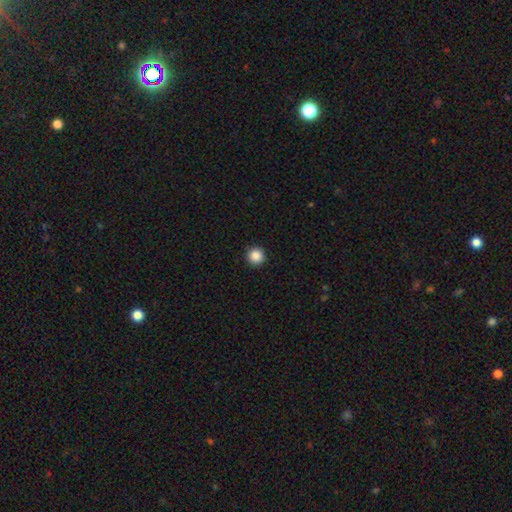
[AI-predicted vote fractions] Smooth or featured? Predicted: smooth (p=0.88). How rounded? Predicted: round (p=0.96). Merging? Predicted: none (p=0.93).